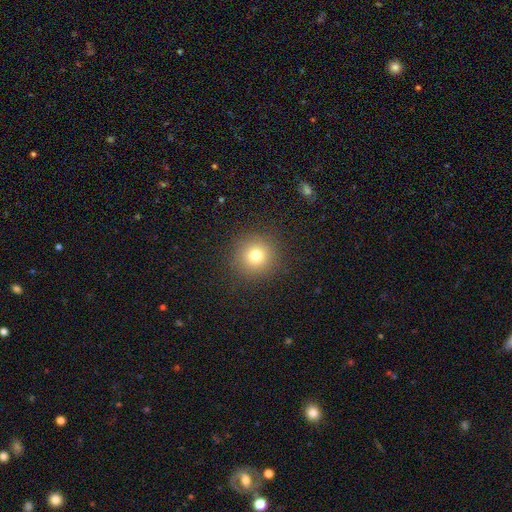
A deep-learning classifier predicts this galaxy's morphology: The model was most divided on "smooth or featured": smooth: 77%, star or artifact: 14%, featured or disk: 9%. More confident: how rounded — round (95%); merging — none (90%).